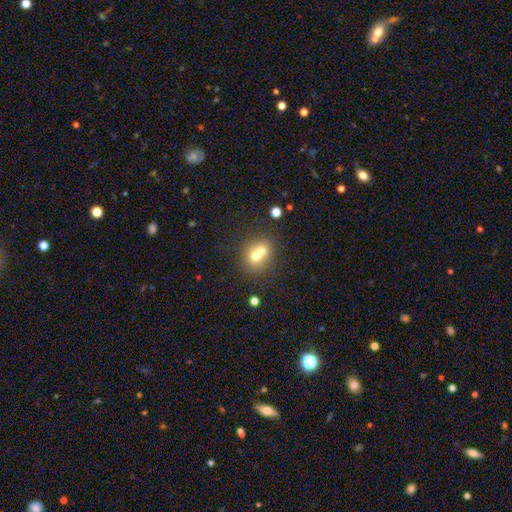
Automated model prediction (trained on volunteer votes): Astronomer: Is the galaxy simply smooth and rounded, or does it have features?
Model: smooth — 67%.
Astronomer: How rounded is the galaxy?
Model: round — 76%.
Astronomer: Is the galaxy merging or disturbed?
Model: merger — 60%.